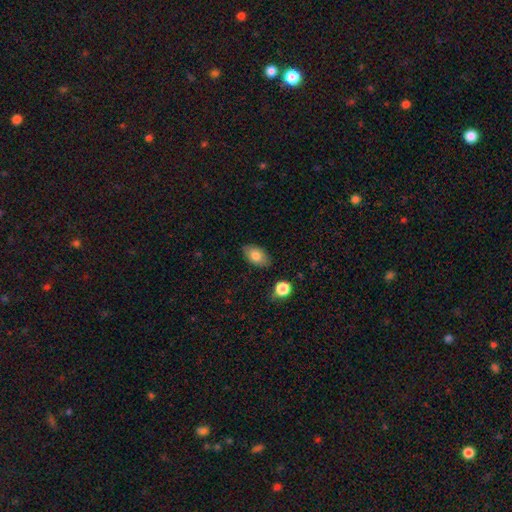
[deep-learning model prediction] Smooth or featured? Predicted: smooth (p=0.79). How rounded? Predicted: in between (p=0.91). Merging? Predicted: none (p=0.81).